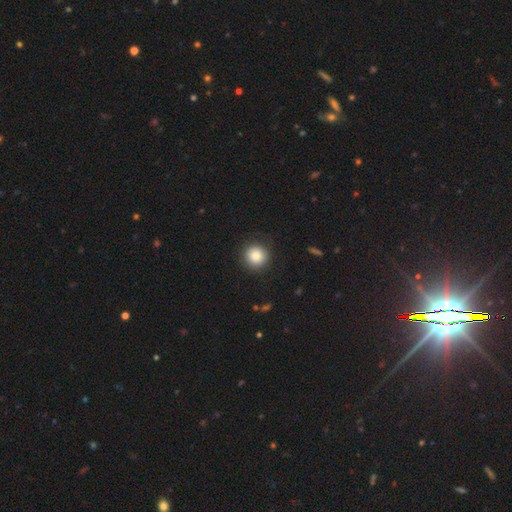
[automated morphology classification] This appears to be a smooth galaxy with no disk features (84%) that is round (94%). Merging: none (88%).